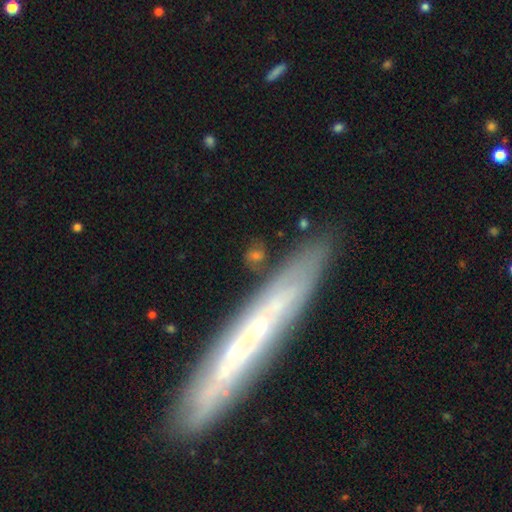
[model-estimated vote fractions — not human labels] Q: Smooth or featured?
A: smooth (62%); runner-up: featured or disk (23%)
Q: How rounded?
A: in between (44%); runner-up: round (42%)
Q: Merging?
A: none (70%); runner-up: minor disturbance (15%)